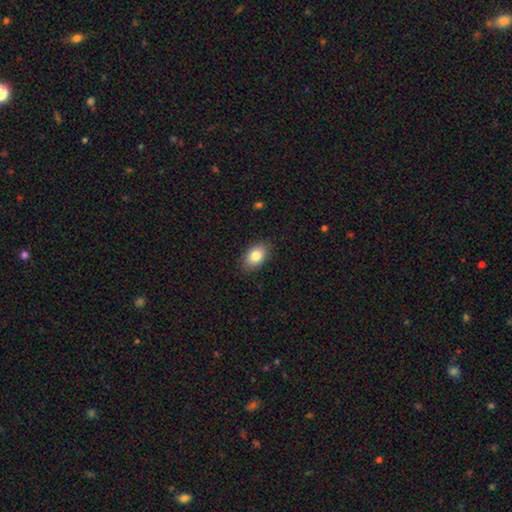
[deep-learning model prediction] smooth_or_featured: smooth (p=0.84) [alt: featured or disk p=0.09]
how_rounded: in between (p=0.88) [alt: round p=0.11]
merging: none (p=0.86) [alt: minor disturbance p=0.11]